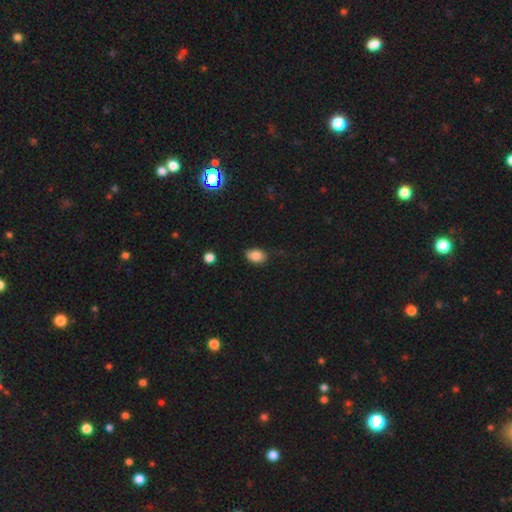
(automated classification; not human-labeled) The model was most divided on "merging": none: 72%, minor disturbance: 22%, major disturbance: 5%, merger: 2%. More confident: smooth or featured — smooth (84%); how rounded — in between (83%).